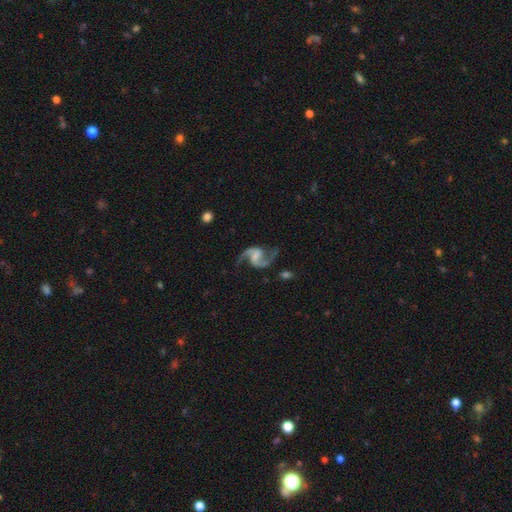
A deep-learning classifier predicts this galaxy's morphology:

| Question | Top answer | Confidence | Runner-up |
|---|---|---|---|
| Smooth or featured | featured or disk | 92% | star or artifact (4%) |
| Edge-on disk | no | 98% | yes (2%) |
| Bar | weak | 47% | no (30%) |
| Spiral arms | yes | 98% | no (2%) |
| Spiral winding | loose | 56% | medium (39%) |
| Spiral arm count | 2 | 94% | 1 (2%) |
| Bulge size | none | 50% | small (25%) |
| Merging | none | 76% | minor disturbance (14%) |